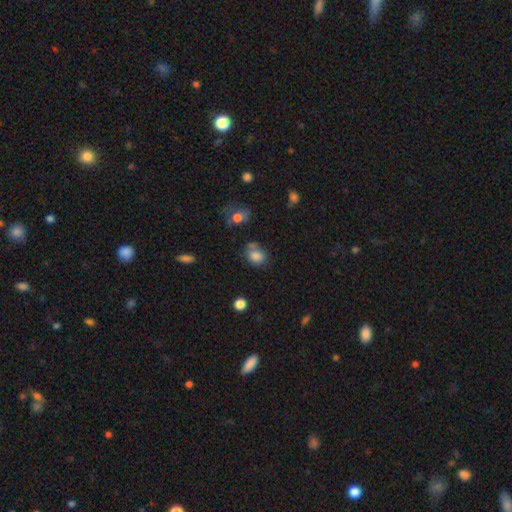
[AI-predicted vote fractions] Smooth or featured? Predicted: smooth (p=0.81). How rounded? Predicted: in between (p=0.50). Merging? Predicted: none (p=0.54).